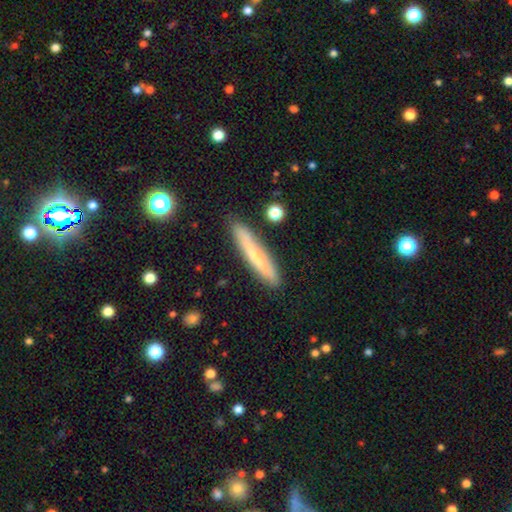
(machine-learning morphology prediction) This appears to be a smooth galaxy with no disk features (61%) that is cigar-shaped (91%). Merging: none (85%).